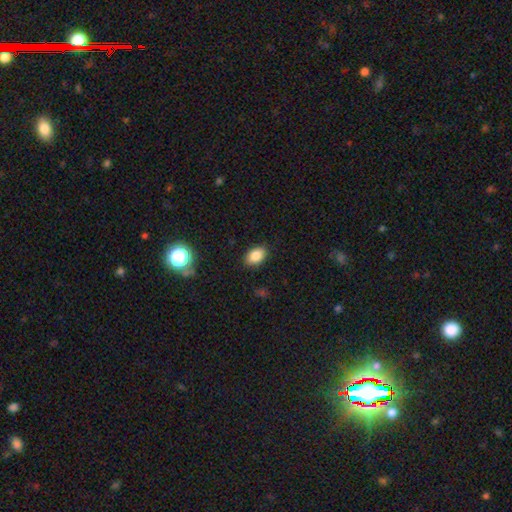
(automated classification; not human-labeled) Smooth or featured? smooth (83%)
How rounded? in between (87%)
Merging? none (87%)